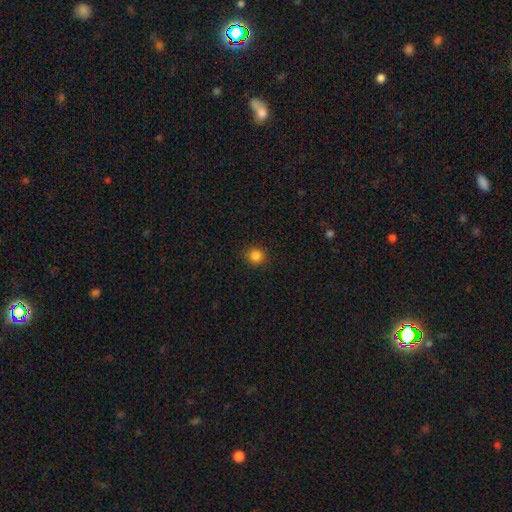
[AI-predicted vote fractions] Morphology: type=smooth (85%); roundness=round (88%); merging=none (90%).